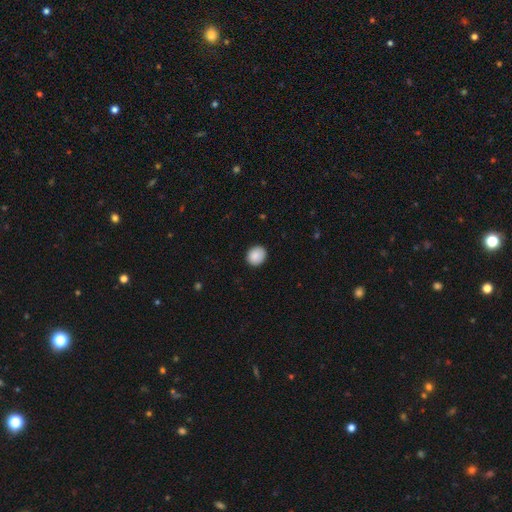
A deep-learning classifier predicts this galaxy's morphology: This appears to be a smooth galaxy with no disk features (89%) that is round (68%). Merging: none (88%).